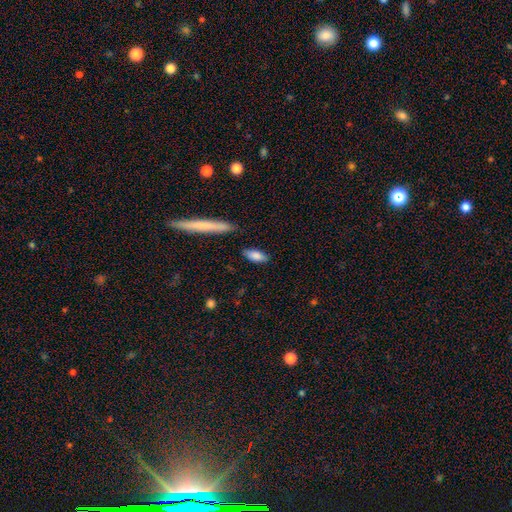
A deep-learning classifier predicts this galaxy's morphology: Smooth or featured? Predicted: smooth (p=0.84). How rounded? Predicted: in between (p=0.75). Merging? Predicted: none (p=0.80).